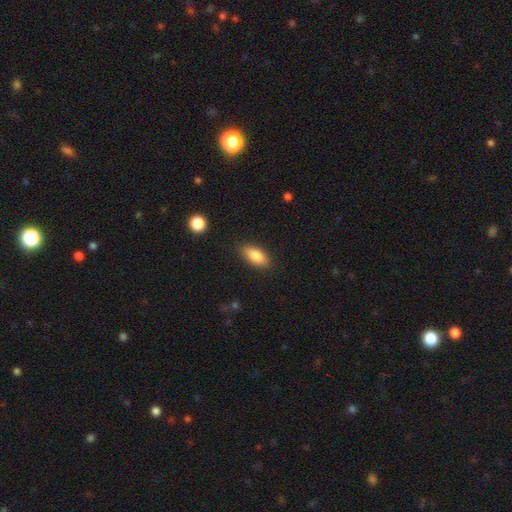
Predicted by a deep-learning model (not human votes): A smooth galaxy with no disk features (84%) that is in between round and cigar-shaped (86%). Merging: none (85%).